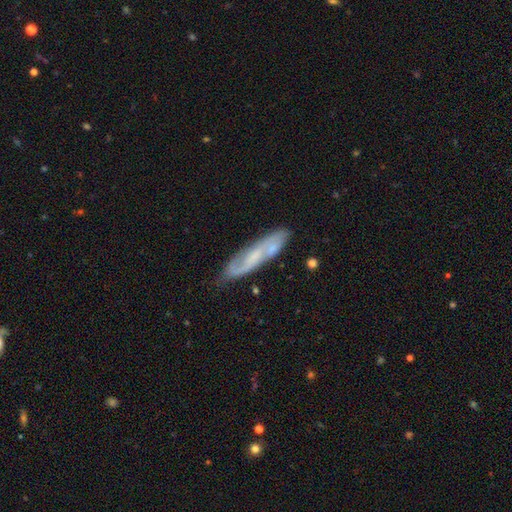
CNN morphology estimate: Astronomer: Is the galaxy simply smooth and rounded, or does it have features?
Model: featured or disk — 69%.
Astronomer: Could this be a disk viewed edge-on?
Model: no — 75%.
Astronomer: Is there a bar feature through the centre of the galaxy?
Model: no — 46% (runner-up: weak, 42%).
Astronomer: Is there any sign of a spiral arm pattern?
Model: yes — 88%.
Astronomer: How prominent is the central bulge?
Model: small — 51%.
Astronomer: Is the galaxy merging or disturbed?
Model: none — 74%.